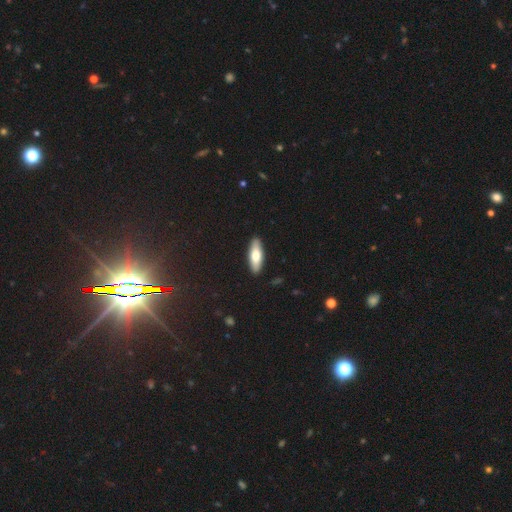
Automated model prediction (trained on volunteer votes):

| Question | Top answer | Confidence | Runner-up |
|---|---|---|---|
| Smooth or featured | smooth | 71% | featured or disk (24%) |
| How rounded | in between | 56% | cigar-shaped (42%) |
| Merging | none | 90% | minor disturbance (7%) |